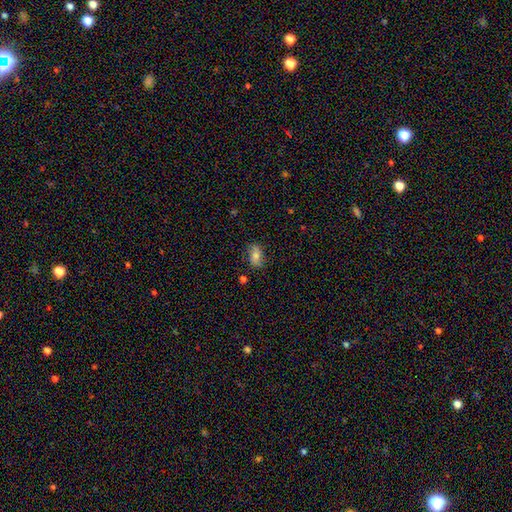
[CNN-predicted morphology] Smooth or featured: smooth — 67% (featured or disk — 23%)
How rounded: in between — 87% (round — 8%)
Merging: none — 77% (minor disturbance — 17%)